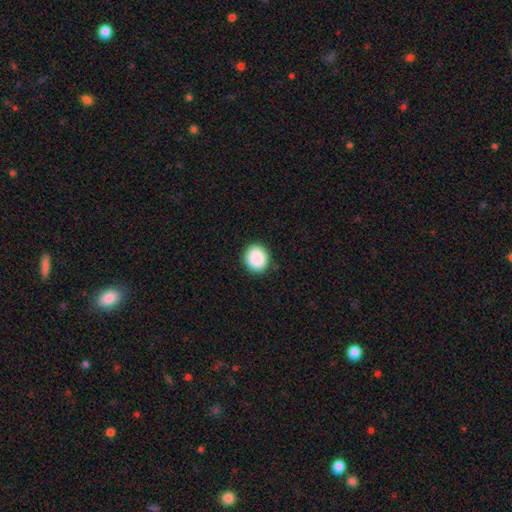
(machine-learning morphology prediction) Smooth or featured? Predicted: smooth (p=0.89). How rounded? Predicted: round (p=0.73). Merging? Predicted: none (p=0.90).